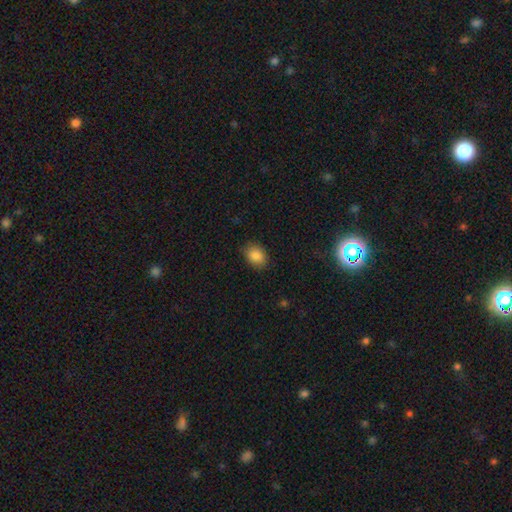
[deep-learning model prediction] Smooth or featured: smooth — 86% (star or artifact — 9%)
How rounded: in between — 67% (round — 32%)
Merging: none — 84% (minor disturbance — 12%)